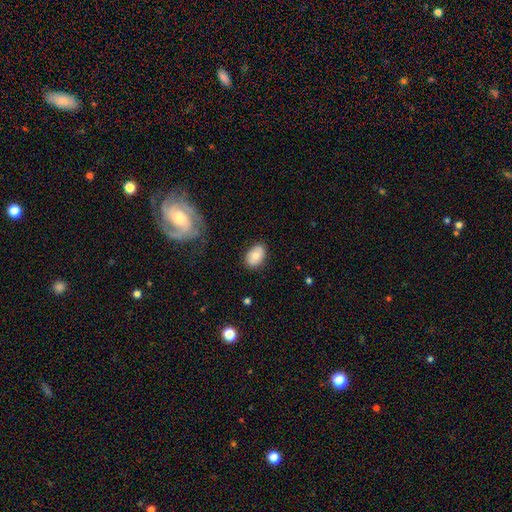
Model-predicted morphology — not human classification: This is likely a smooth galaxy (73%). How rounded: clearly in between (82%). Merging: clearly none (81%).